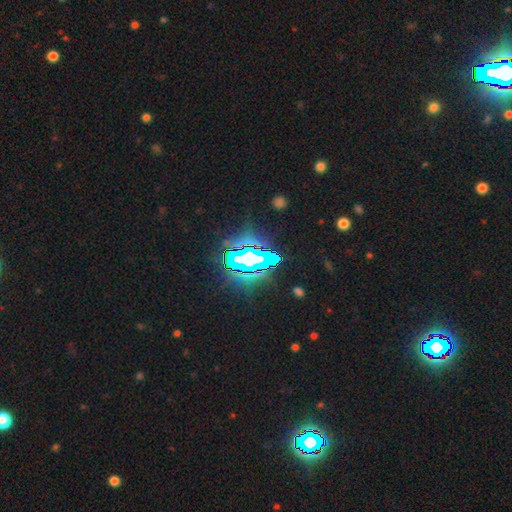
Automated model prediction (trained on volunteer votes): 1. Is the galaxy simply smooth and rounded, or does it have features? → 71% star or artifact, 16% featured or disk, 14% smooth.